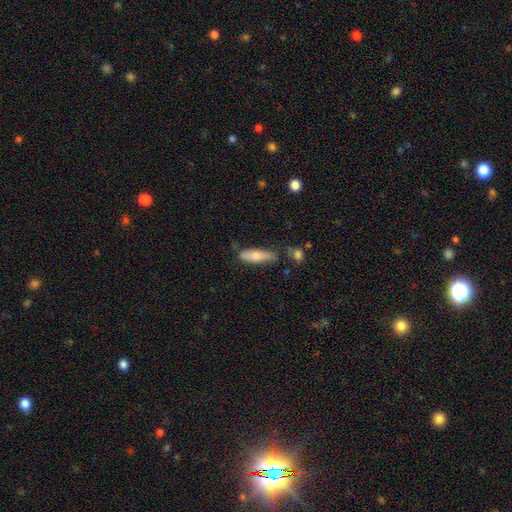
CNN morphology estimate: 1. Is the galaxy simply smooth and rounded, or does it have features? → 69% smooth, 25% featured or disk, 6% star or artifact.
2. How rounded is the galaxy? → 53% cigar-shaped, 45% in between, 2% round.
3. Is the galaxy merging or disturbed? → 67% none, 23% minor disturbance, 6% merger, 5% major disturbance.